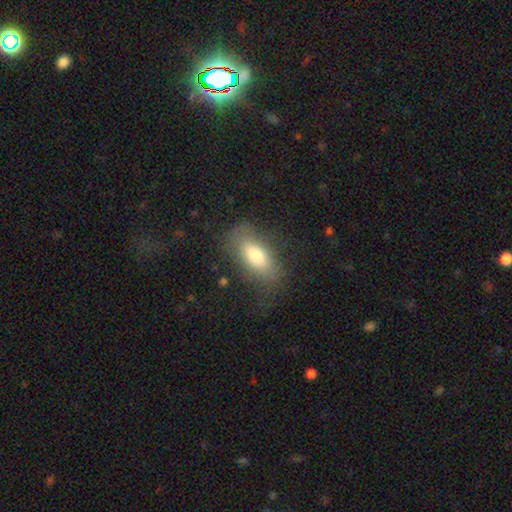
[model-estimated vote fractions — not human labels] Smooth or featured? Predicted: smooth (p=0.72). How rounded? Predicted: in between (p=0.84). Merging? Predicted: none (p=0.69).